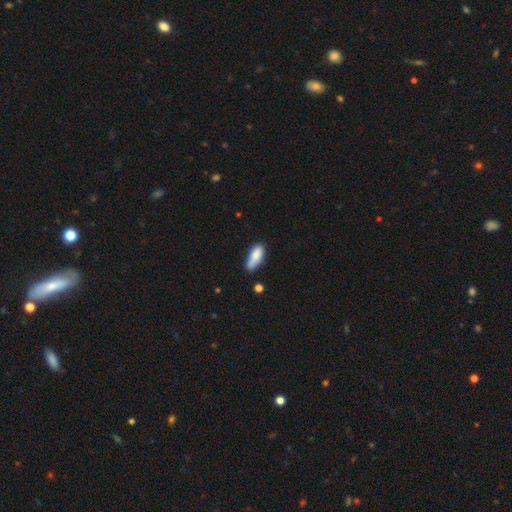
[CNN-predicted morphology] type=smooth (84%); roundness=in between (80%); merging=none (51%).